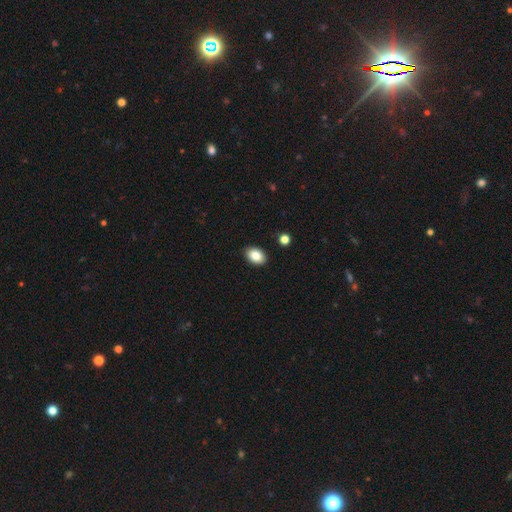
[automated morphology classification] Smooth or featured?
  - smooth: 86% *
  - star or artifact: 8%
  - featured or disk: 6%
How rounded?
  - in between: 82% *
  - round: 17%
  - cigar-shaped: 1%
Merging?
  - none: 89% *
  - minor disturbance: 8%
  - major disturbance: 2%
  - merger: 2%